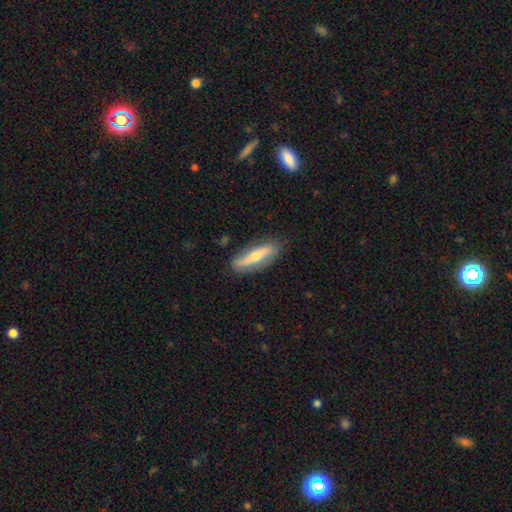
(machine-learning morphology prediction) Q: Smooth or featured?
A: featured or disk (57%); runner-up: smooth (37%)
Q: Edge-on disk?
A: yes (54%); runner-up: no (46%)
Q: Merging?
A: none (83%); runner-up: minor disturbance (13%)